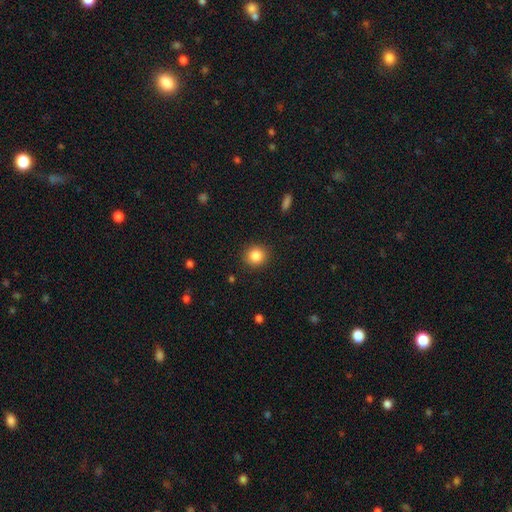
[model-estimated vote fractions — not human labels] smooth_or_featured: smooth (p=0.86) [alt: star or artifact p=0.10]
how_rounded: round (p=0.89) [alt: in between p=0.10]
merging: none (p=0.90) [alt: minor disturbance p=0.06]